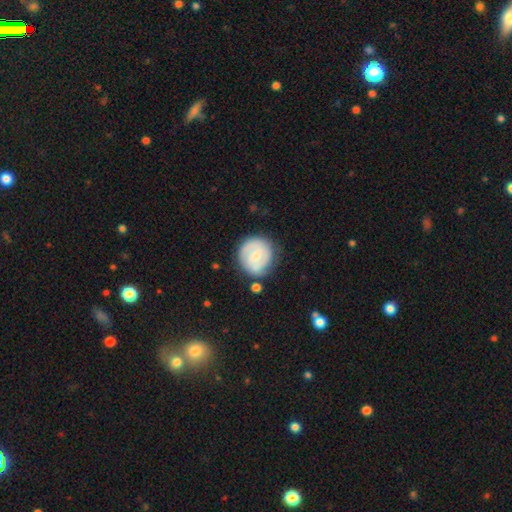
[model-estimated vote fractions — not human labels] Morphology: type=featured or disk (59%); edge-on=no (98%); bar=weak (51%); spiral arms=yes (85%); bulge=small (61%); merging=none (74%).